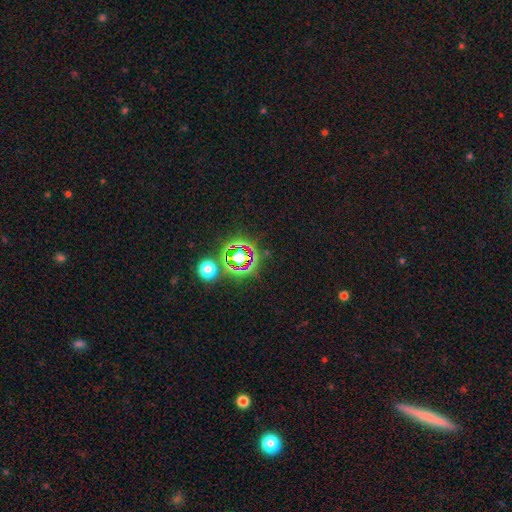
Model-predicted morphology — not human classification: star or artifact 74%, smooth 16%, featured or disk 10%.